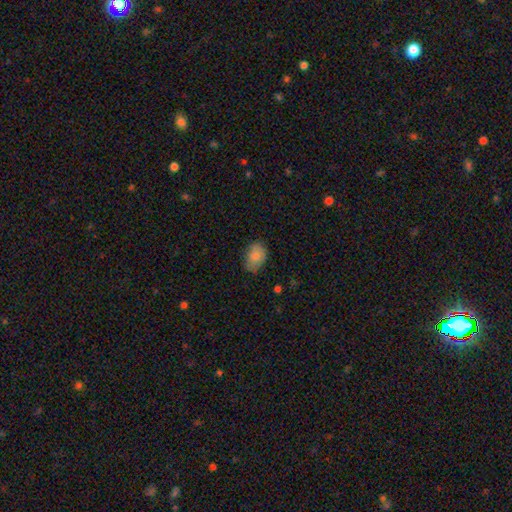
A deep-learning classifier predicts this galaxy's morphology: type=smooth (82%); roundness=in between (78%); merging=none (67%).